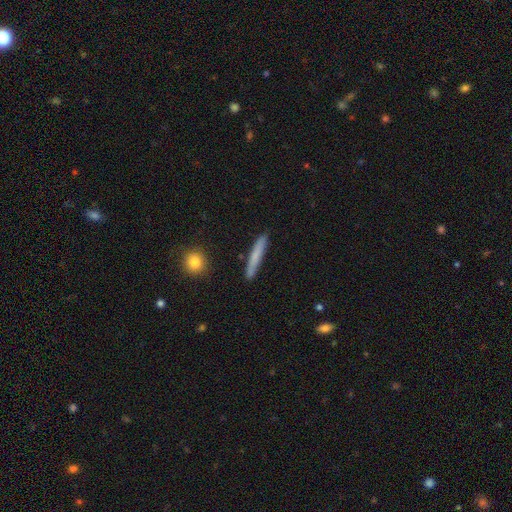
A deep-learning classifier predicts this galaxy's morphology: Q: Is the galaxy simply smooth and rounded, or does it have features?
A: smooth — 69%.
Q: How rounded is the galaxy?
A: cigar-shaped — 95%.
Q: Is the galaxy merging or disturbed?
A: none — 88%.